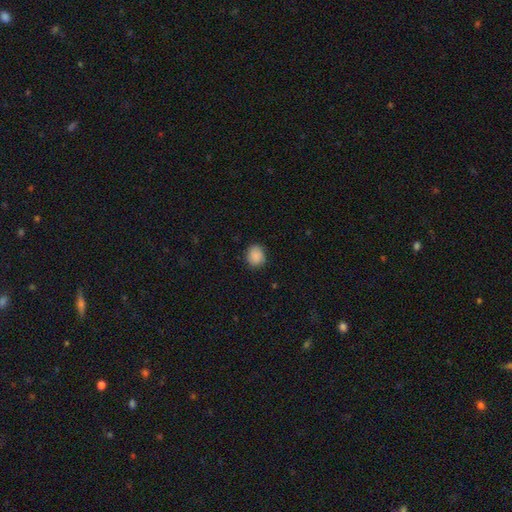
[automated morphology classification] smooth 88%, star or artifact 8%, featured or disk 4%. Down the decision tree: how rounded — round (76%); merging — none (85%).